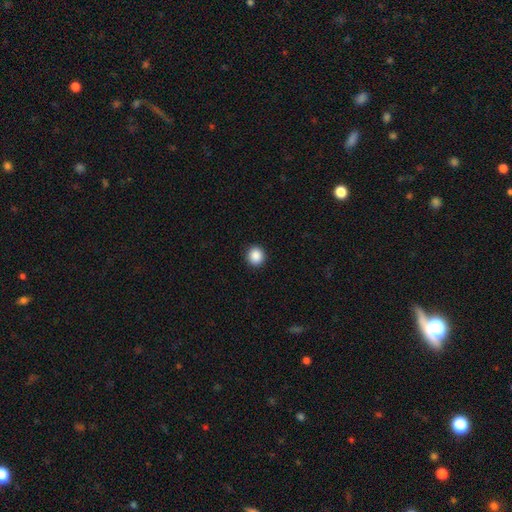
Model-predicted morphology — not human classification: smooth-or-featured: smooth: 89% | star or artifact: 9% | featured or disk: 2%
  how-rounded: round: 91% | in between: 8% | cigar-shaped: 1%
  merging: none: 93% | minor disturbance: 5% | major disturbance: 2% | merger: 1%